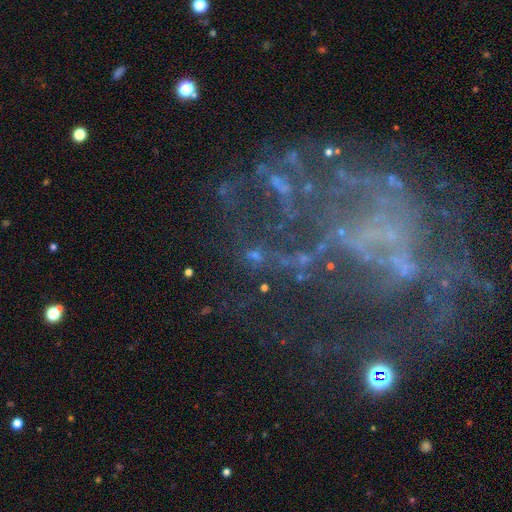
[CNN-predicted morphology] Smooth or featured: star or artifact — 44% (featured or disk — 40%)